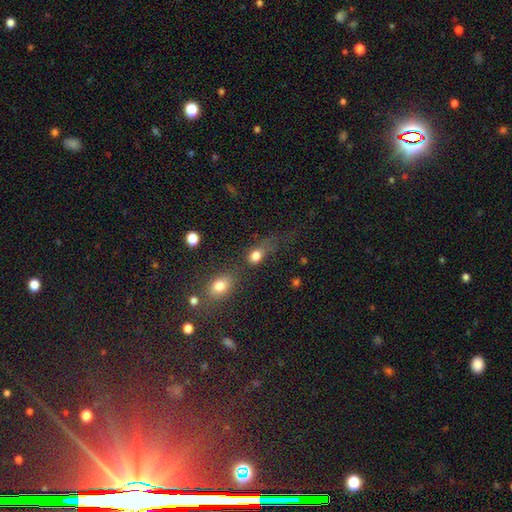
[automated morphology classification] Overall: smooth (80%). How rounded: in between (56%; round 41%). Merging: none (41%; major disturbance 22%).